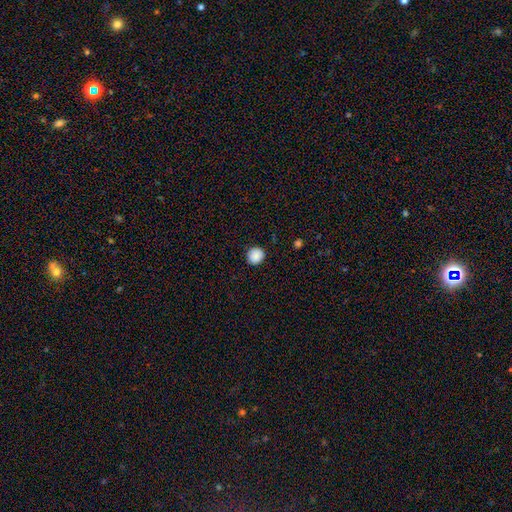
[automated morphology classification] This is clearly a smooth galaxy (89%). How rounded: clearly round (90%). Merging: clearly none (91%).